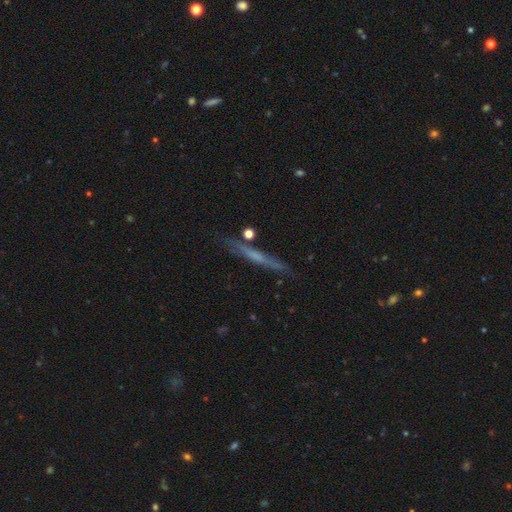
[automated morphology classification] The model was most divided on "smooth or featured": featured or disk: 52%, smooth: 40%, star or artifact: 8%. More confident: edge-on disk — yes (94%); merging — none (83%).